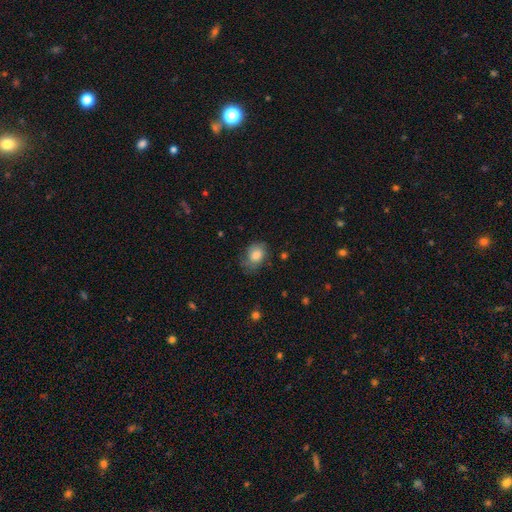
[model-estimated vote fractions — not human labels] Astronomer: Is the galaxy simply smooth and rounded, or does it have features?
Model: smooth — 79%.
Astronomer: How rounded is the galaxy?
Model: in between — 63%.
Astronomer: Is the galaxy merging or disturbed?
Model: none — 63%.